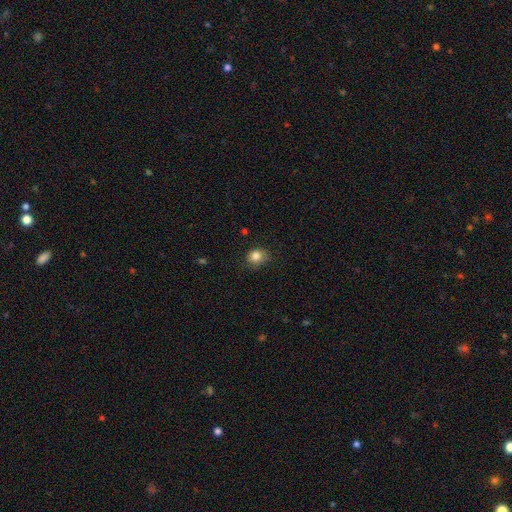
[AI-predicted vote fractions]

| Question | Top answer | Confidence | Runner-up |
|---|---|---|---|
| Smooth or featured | smooth | 84% | star or artifact (10%) |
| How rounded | round | 69% | in between (30%) |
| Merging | none | 78% | minor disturbance (18%) |